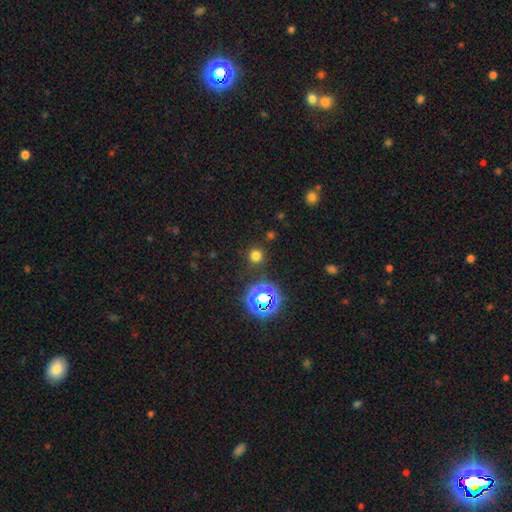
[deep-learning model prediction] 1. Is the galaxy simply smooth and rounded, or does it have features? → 68% smooth, 27% star or artifact, 5% featured or disk.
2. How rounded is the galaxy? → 93% round, 6% in between, 1% cigar-shaped.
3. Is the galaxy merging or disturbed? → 88% none, 6% minor disturbance, 3% major disturbance, 2% merger.